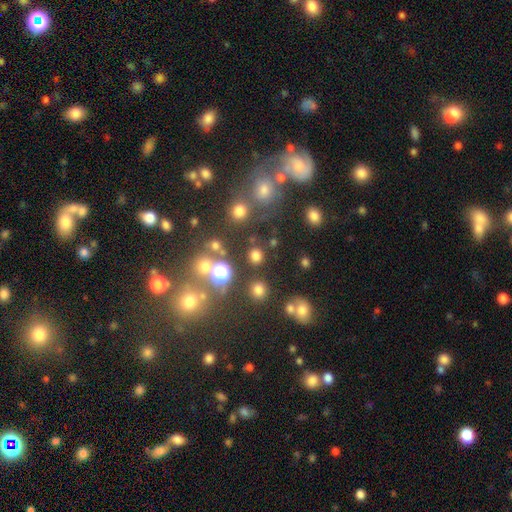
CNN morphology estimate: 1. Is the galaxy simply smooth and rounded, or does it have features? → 71% smooth, 22% star or artifact, 6% featured or disk.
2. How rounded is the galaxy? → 85% round, 13% in between, 1% cigar-shaped.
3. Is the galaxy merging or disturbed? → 81% none, 8% minor disturbance, 7% merger, 4% major disturbance.